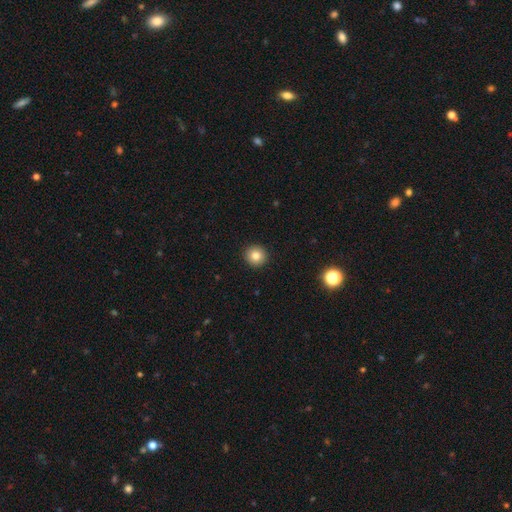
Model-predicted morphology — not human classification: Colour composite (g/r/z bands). It shows a smooth galaxy with no disk features (82%) that is round (95%). Merging: none (93%).